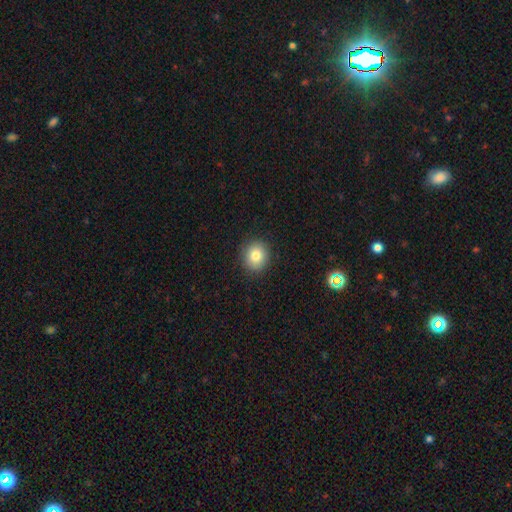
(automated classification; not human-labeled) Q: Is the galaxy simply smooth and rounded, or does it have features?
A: smooth — 82%.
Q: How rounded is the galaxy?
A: round — 81%.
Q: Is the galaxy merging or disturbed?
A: none — 89%.